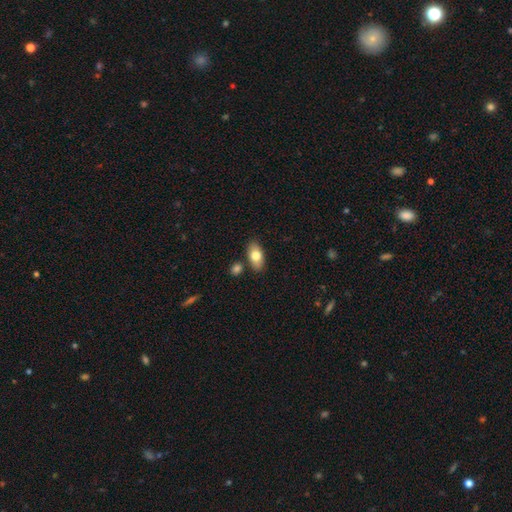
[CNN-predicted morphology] A smooth galaxy with no disk features (77%) that is in between round and cigar-shaped (90%). Merging: none (82%).